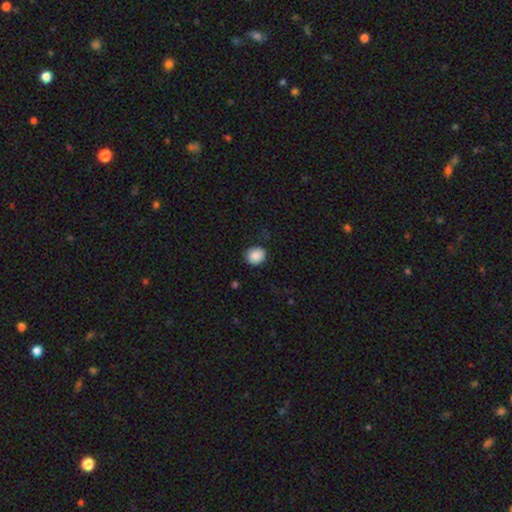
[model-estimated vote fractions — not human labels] smooth_or_featured: smooth (p=0.88) [alt: star or artifact p=0.08]
how_rounded: round (p=0.75) [alt: in between p=0.24]
merging: none (p=0.82) [alt: minor disturbance p=0.14]